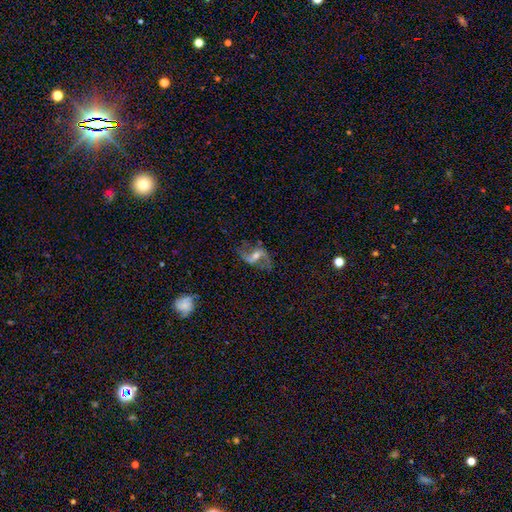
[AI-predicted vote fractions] Q: Smooth or featured?
A: featured or disk (83%); runner-up: smooth (9%)
Q: Edge-on disk?
A: no (96%); runner-up: yes (4%)
Q: Bar?
A: weak (43%); runner-up: strong (34%)
Q: Spiral arms?
A: yes (93%); runner-up: no (7%)
Q: Spiral winding?
A: loose (73%); runner-up: medium (21%)
Q: Spiral arm count?
A: 2 (92%); runner-up: can't tell (2%)
Q: Bulge size?
A: moderate (54%); runner-up: small (37%)
Q: Merging?
A: none (73%); runner-up: minor disturbance (14%)